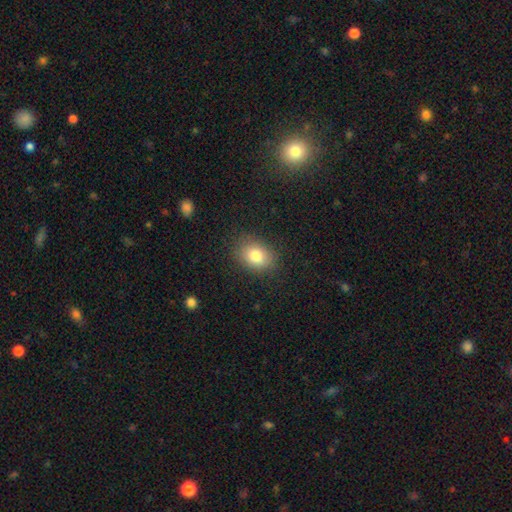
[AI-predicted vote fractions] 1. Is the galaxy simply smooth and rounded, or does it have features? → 81% smooth, 10% star or artifact, 9% featured or disk.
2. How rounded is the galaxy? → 69% in between, 30% round, 1% cigar-shaped.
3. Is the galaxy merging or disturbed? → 85% none, 11% minor disturbance, 3% major disturbance, 1% merger.